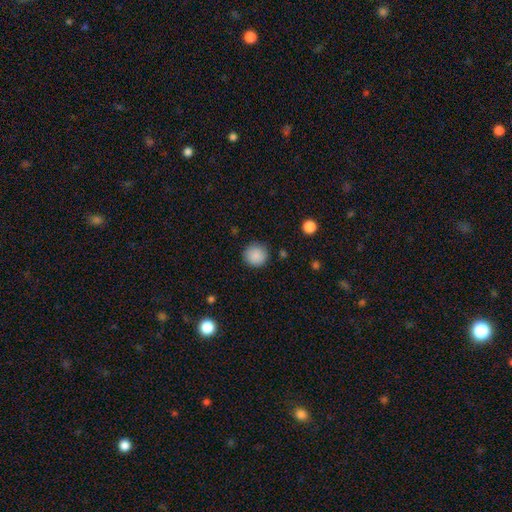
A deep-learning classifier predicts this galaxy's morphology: A smooth galaxy with no disk features (88%) that is round (94%).

Vote fractions:
- Smooth or featured? smooth: 88% / star or artifact: 8% / featured or disk: 3%
- How rounded? round: 94% / in between: 5% / cigar-shaped: 1%
- Merging? none: 88% / minor disturbance: 8% / major disturbance: 3% / merger: 1%